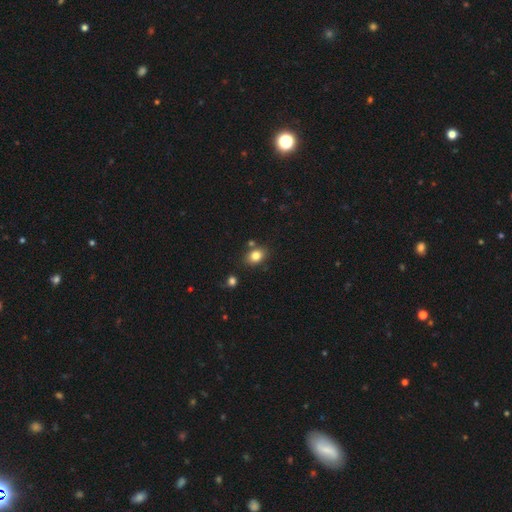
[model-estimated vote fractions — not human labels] Smooth or featured? smooth (82%)
How rounded? in between (61%)
Merging? none (76%)